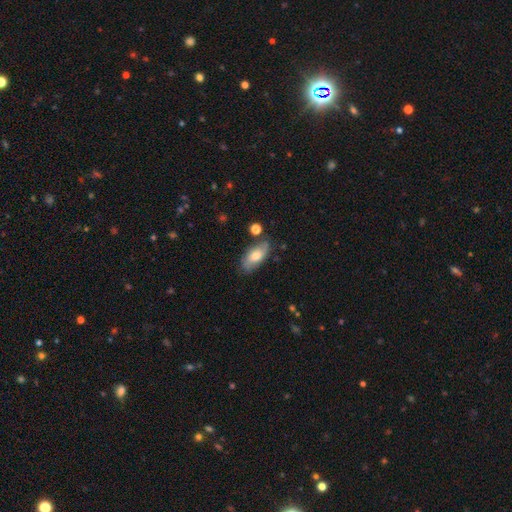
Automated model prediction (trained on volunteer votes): Overall: smooth (60%; featured or disk 33%). How rounded: in between (86%). Merging: none (73%).